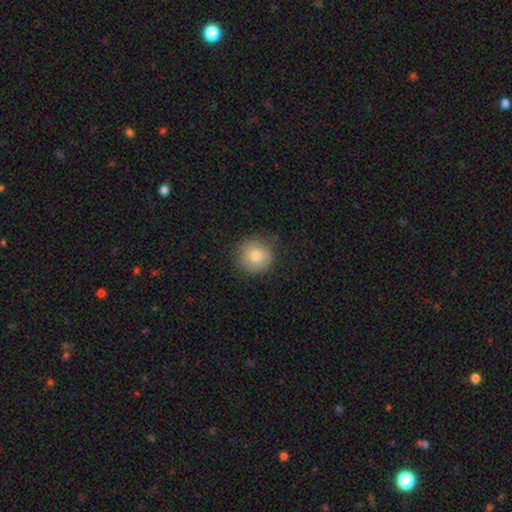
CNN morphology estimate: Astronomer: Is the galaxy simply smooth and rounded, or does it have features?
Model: smooth — 79%.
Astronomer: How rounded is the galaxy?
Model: round — 92%.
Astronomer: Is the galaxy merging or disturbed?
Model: none — 81%.